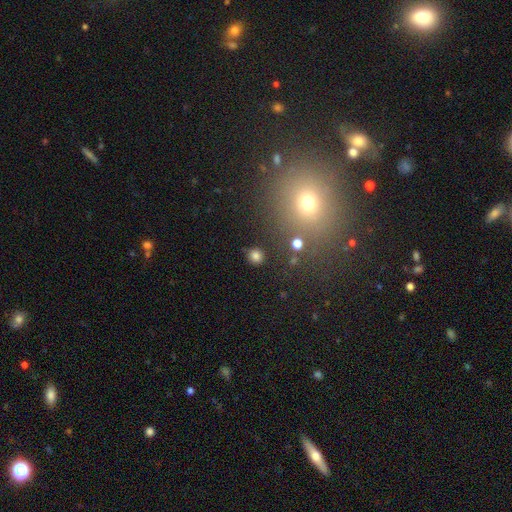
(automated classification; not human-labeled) Smooth or featured? smooth (80%)
How rounded? round (91%)
Merging? none (88%)